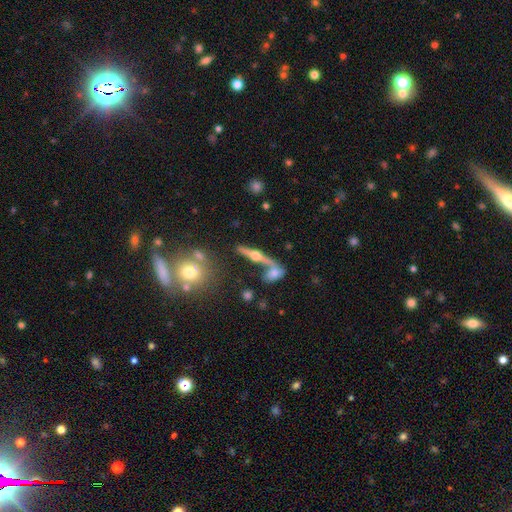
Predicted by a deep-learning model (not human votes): Smooth or featured: featured or disk — 74% (smooth — 18%)
Edge-on disk: yes — 92% (no — 8%)
Edge-on bulge: rounded — 95% (boxy — 3%)
Merging: none — 59% (merger — 23%)